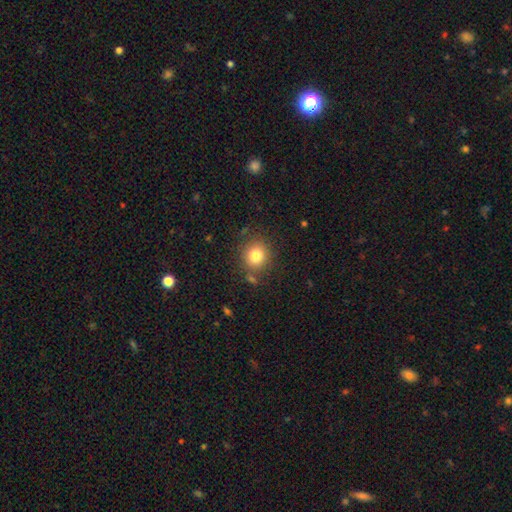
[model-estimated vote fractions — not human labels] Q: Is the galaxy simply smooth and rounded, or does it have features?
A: smooth — 80%.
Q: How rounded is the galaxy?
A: round — 86%.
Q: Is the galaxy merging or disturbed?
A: none — 82%.